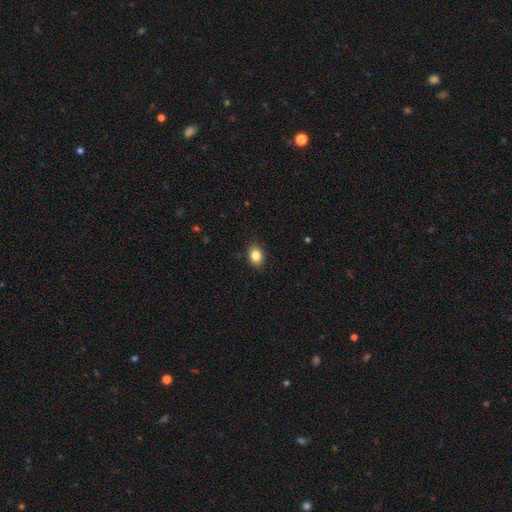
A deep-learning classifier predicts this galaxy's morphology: The model was most divided on "how rounded": in between: 67%, round: 32%, cigar-shaped: 1%. More confident: merging — none (89%); smooth or featured — smooth (84%).